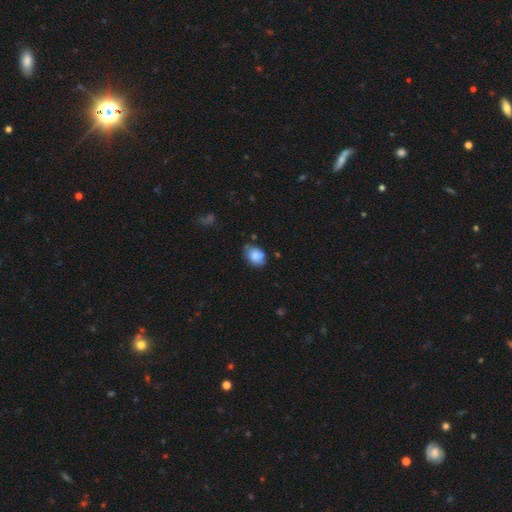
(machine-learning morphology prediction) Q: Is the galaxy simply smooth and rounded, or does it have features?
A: smooth — 78%.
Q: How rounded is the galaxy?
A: in between — 68%.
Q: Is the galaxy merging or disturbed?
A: none — 64%.